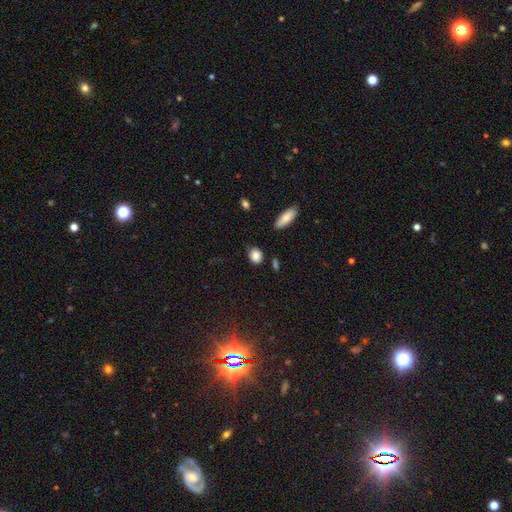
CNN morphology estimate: Smooth or featured?
  - smooth: 86% *
  - star or artifact: 9%
  - featured or disk: 6%
How rounded?
  - round: 57% *
  - in between: 41%
  - cigar-shaped: 2%
Merging?
  - none: 78% *
  - minor disturbance: 16%
  - major disturbance: 3%
  - merger: 3%